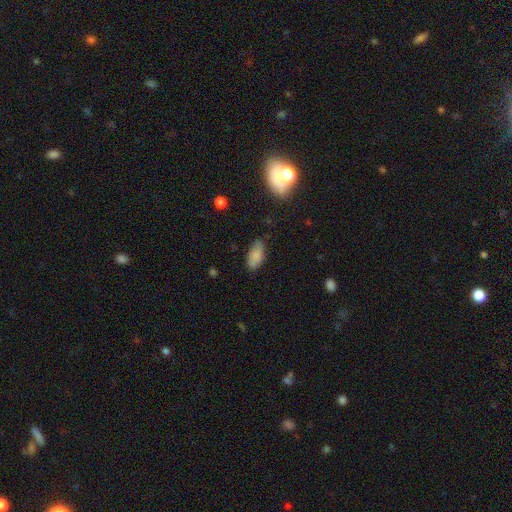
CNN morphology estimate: Overall: smooth (81%). How rounded: in between (91%). Merging: none (73%).